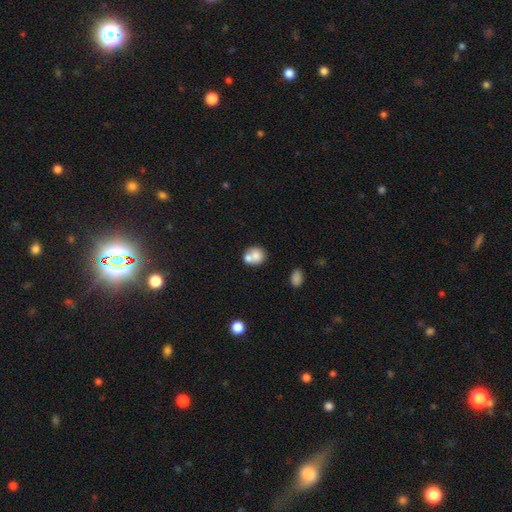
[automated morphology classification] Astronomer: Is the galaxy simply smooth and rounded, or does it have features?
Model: smooth — 73%.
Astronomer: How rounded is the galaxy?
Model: round — 72%.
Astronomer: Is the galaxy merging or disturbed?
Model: merger — 50% (runner-up: none, 36%).